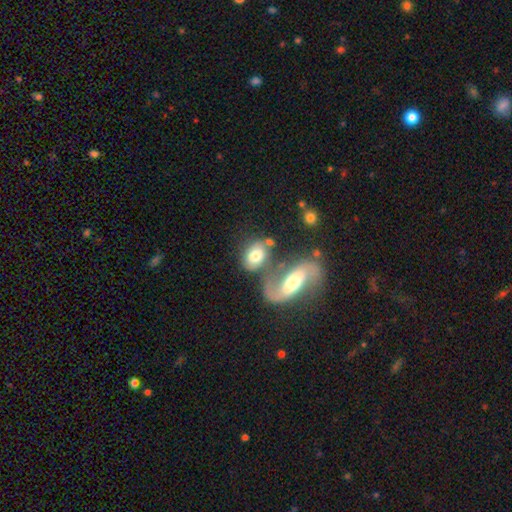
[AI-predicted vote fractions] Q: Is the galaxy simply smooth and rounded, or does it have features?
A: smooth — 60%.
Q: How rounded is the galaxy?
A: in between — 80%.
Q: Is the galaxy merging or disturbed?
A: merger — 41%.